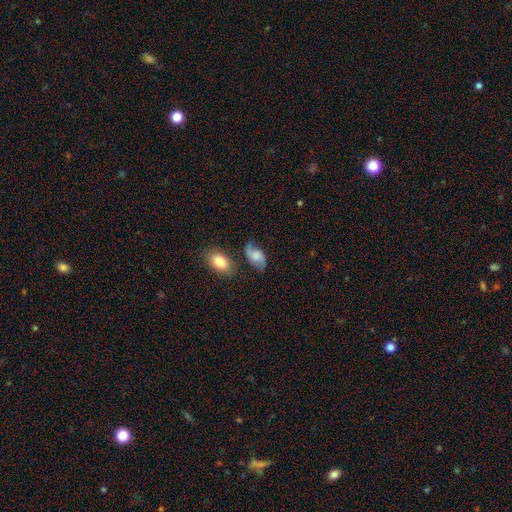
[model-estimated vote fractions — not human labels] smooth-or-featured: featured or disk: 50% | smooth: 41% | star or artifact: 9%
  disk-edge-on: no: 95% | yes: 5%
  merging: none: 61% | minor disturbance: 24% | major disturbance: 8% | merger: 6%